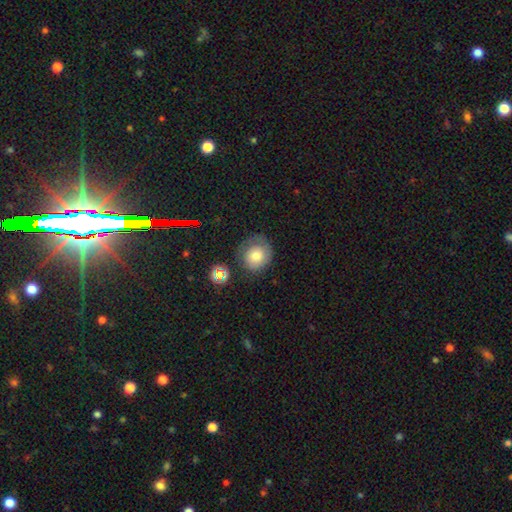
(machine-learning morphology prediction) type=smooth (71%); roundness=round (83%); merging=none (64%).